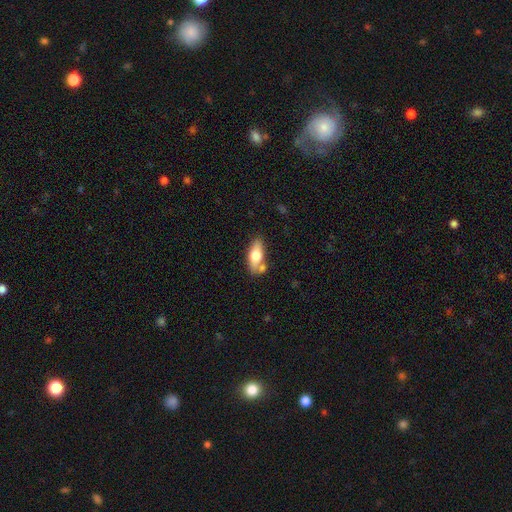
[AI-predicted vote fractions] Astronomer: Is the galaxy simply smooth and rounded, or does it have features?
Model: smooth — 64%.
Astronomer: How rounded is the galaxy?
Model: in between — 78%.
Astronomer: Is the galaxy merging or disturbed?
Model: none — 63%.